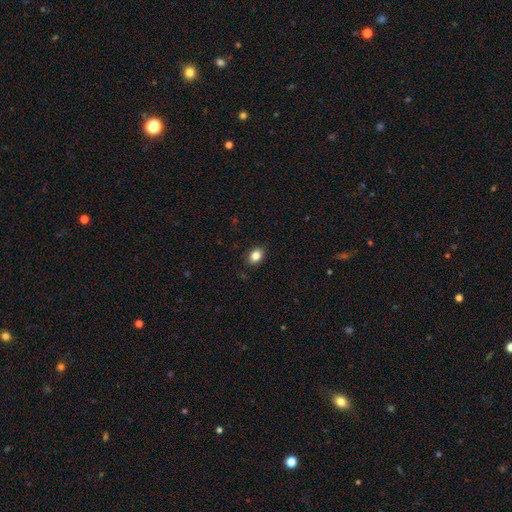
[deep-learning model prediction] smooth_or_featured: smooth (p=0.84) [alt: star or artifact p=0.09]
how_rounded: in between (p=0.70) [alt: round p=0.29]
merging: none (p=0.85) [alt: minor disturbance p=0.12]